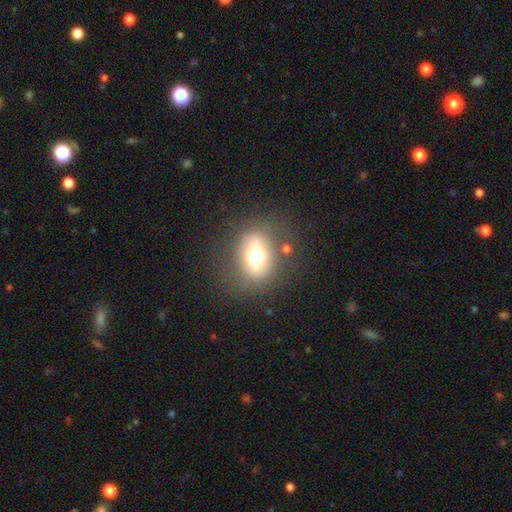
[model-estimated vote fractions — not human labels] Overall: smooth (53%; featured or disk 36%). How rounded: in between (59%; round 37%). Merging: none (73%).